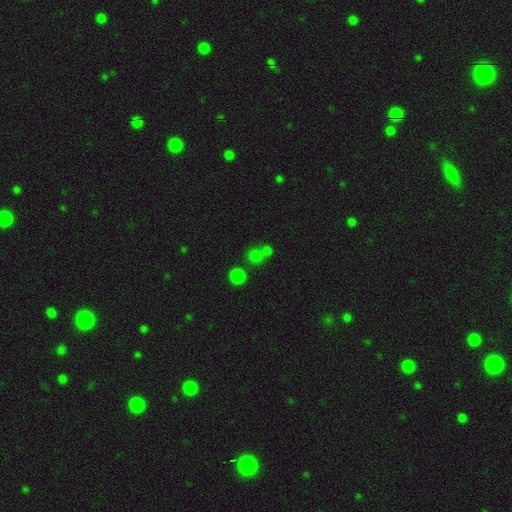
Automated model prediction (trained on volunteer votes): Overall: smooth (70%). How rounded: round (86%). Merging: none (58%; merger 31%).